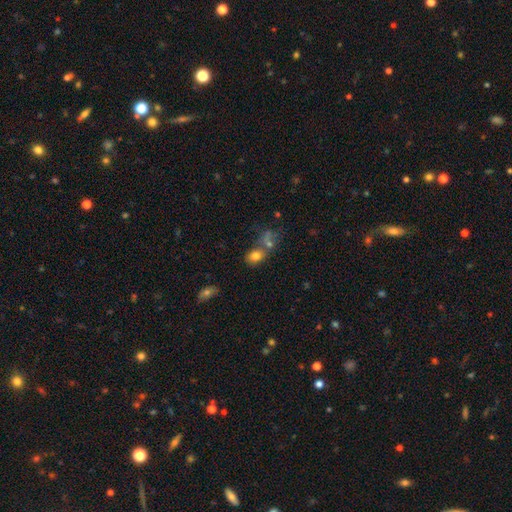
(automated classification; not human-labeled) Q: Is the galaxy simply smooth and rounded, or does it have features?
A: smooth — 74%.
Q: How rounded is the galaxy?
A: in between — 62%.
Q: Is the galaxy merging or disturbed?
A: merger — 42%.